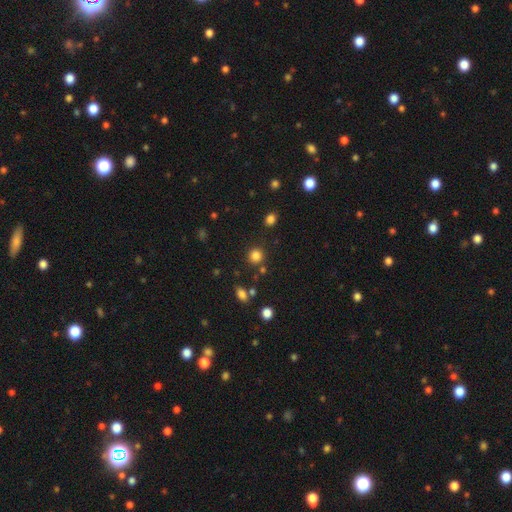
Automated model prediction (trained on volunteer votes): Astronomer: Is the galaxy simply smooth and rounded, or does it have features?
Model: smooth — 82%.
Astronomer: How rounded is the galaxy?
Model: round — 89%.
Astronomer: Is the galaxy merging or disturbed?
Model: none — 82%.